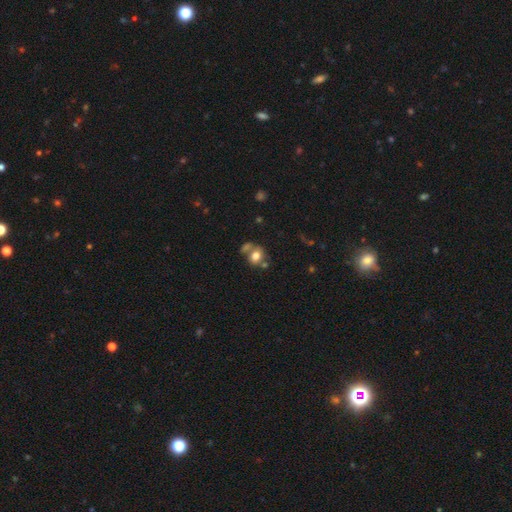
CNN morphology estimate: Smooth or featured? Predicted: smooth (p=0.73). How rounded? Predicted: round (p=0.56). Merging? Predicted: none (p=0.44).